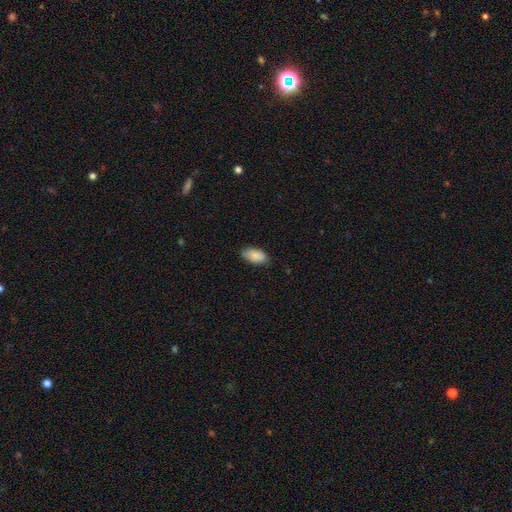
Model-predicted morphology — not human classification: A smooth galaxy with no disk features (87%) that is in between round and cigar-shaped (94%). Merging: none (76%).